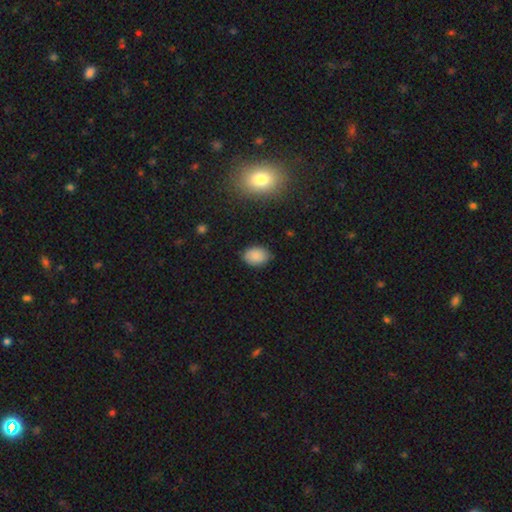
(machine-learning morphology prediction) Smooth or featured? Predicted: smooth (p=0.85). How rounded? Predicted: in between (p=0.79). Merging? Predicted: none (p=0.81).